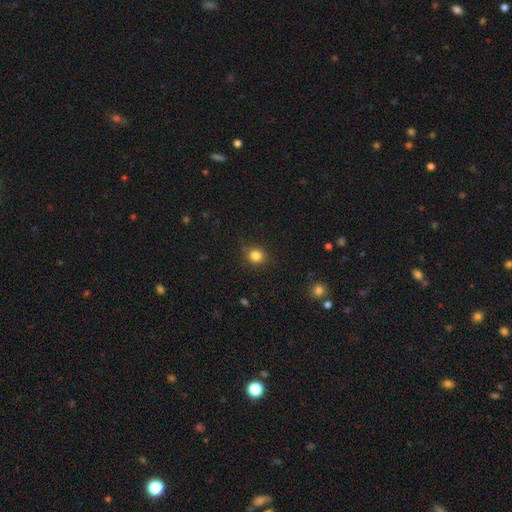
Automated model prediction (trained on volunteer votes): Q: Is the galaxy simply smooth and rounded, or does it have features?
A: smooth — 83%.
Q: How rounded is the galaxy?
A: round — 79%.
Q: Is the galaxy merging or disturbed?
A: none — 85%.